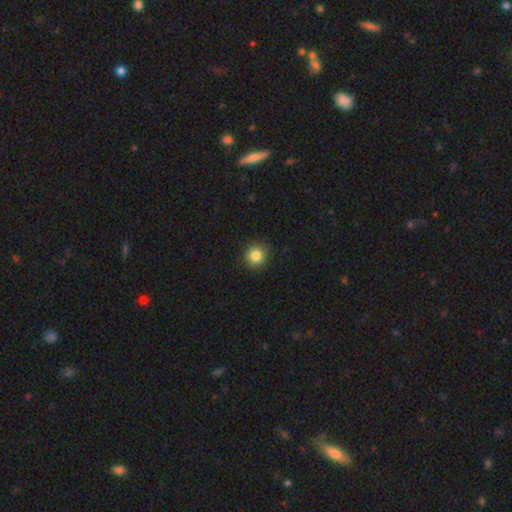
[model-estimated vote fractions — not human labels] Smooth or featured? Predicted: smooth (p=0.85). How rounded? Predicted: round (p=0.91). Merging? Predicted: none (p=0.91).